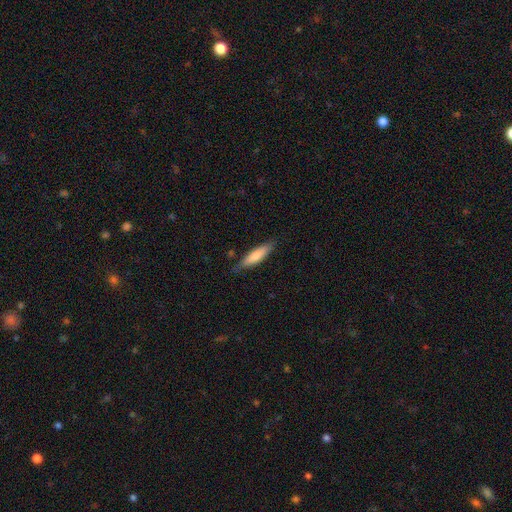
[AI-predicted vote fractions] A smooth galaxy with no disk features (73%) that is cigar-shaped (74%). Merging: none (80%).